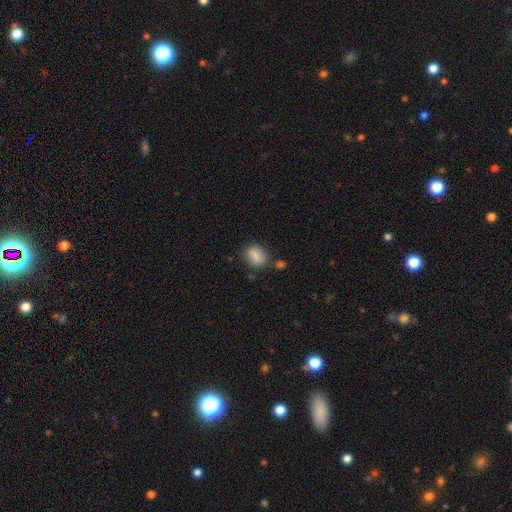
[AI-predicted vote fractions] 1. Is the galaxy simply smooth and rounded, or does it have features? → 87% smooth, 8% star or artifact, 5% featured or disk.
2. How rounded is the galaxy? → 66% in between, 32% round, 1% cigar-shaped.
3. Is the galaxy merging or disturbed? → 75% none, 14% minor disturbance, 7% merger, 4% major disturbance.